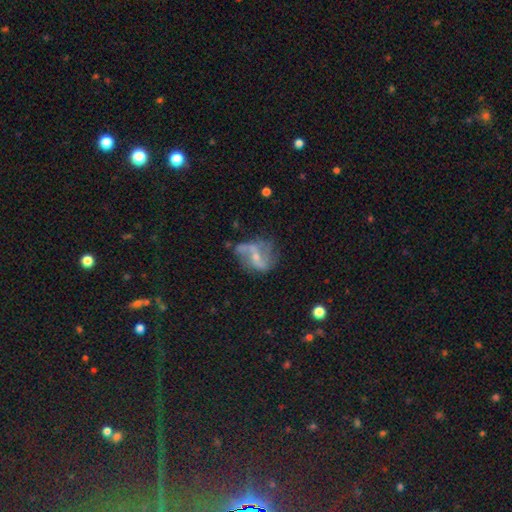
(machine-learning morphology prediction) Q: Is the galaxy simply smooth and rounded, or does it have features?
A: featured or disk — 75%.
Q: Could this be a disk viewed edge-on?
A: no — 97%.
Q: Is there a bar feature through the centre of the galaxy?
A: weak — 44%.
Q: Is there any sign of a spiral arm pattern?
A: yes — 83%.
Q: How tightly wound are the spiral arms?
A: loose — 70%.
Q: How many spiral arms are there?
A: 2 — 78%.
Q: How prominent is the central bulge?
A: small — 60%.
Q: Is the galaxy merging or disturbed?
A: none — 49%.